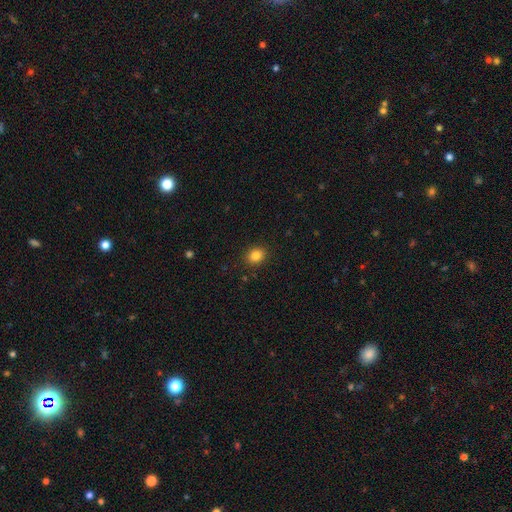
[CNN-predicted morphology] smooth_or_featured: smooth (p=0.84) [alt: star or artifact p=0.11]
how_rounded: round (p=0.52) [alt: in between p=0.47]
merging: none (p=0.89) [alt: minor disturbance p=0.07]